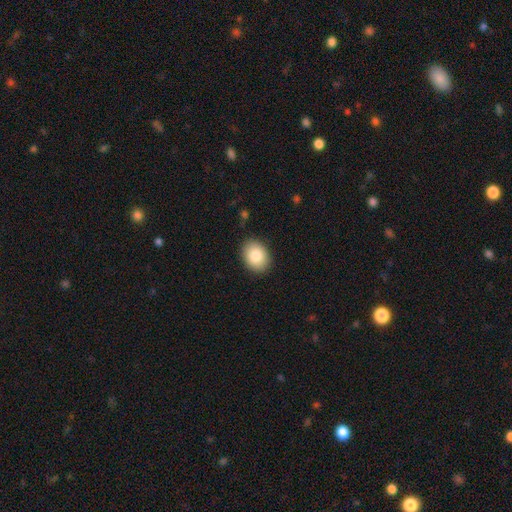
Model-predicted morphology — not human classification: Smooth or featured? smooth (86%)
How rounded? in between (64%)
Merging? none (88%)